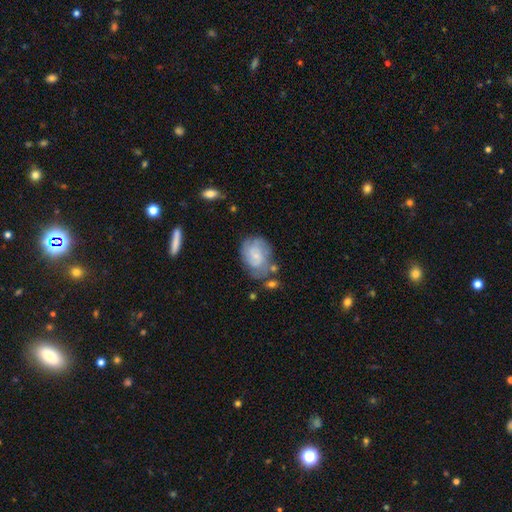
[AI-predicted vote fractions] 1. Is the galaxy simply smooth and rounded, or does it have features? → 59% featured or disk, 34% smooth, 7% star or artifact.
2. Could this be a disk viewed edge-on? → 97% no, 3% yes.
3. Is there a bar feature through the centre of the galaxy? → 66% no, 29% weak, 4% strong.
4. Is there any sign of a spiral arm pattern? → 84% yes, 16% no.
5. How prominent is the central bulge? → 72% small, 16% moderate, 9% none, 2% large, 1% dominant.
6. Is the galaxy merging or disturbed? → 57% none, 24% minor disturbance, 11% major disturbance, 7% merger.